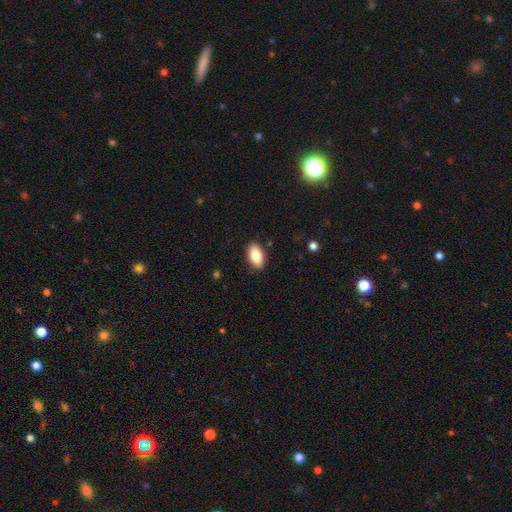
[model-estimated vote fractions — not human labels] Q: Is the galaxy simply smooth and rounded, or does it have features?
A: smooth — 85%.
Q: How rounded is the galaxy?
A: in between — 93%.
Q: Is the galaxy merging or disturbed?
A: none — 87%.